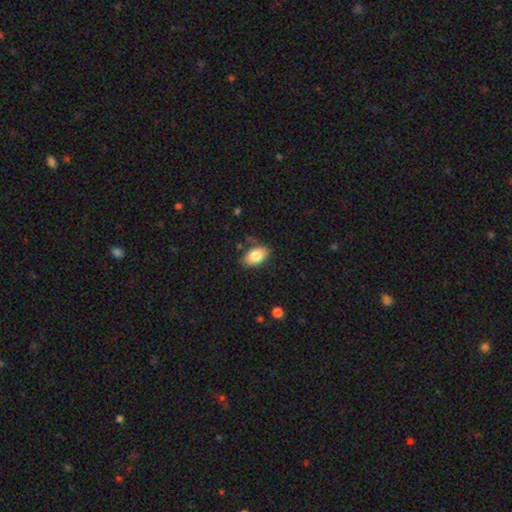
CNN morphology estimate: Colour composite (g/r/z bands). It shows a smooth galaxy with no disk features (83%) that is in between round and cigar-shaped (92%). Merging: none (81%).